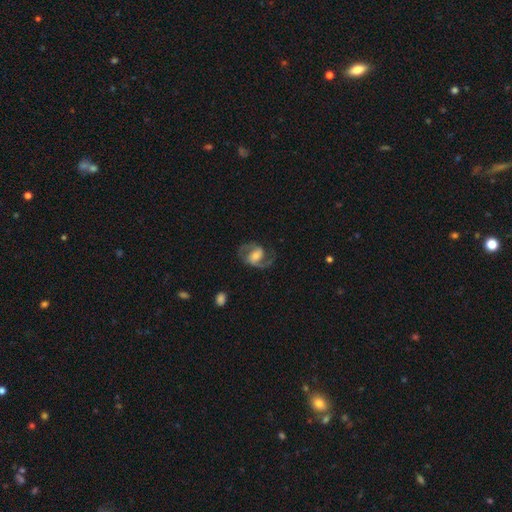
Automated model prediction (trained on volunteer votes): smooth_or_featured: featured or disk (p=0.84) [alt: smooth p=0.11]
disk_edge_on: no (p=0.97) [alt: yes p=0.03]
bar: weak (p=0.46) [alt: strong p=0.27]
has_spiral_arms: yes (p=0.95) [alt: no p=0.05]
spiral_winding: medium (p=0.58) [alt: loose p=0.25]
spiral_arm_count: 2 (p=0.89) [alt: 1 p=0.04]
bulge_size: moderate (p=0.51) [alt: small p=0.33]
merging: none (p=0.74) [alt: minor disturbance p=0.15]